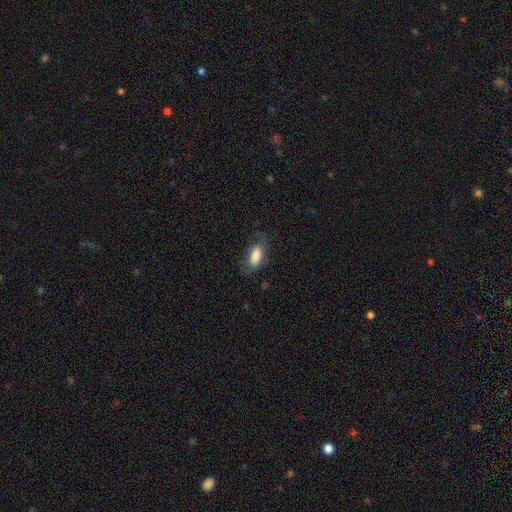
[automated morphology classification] This is likely a smooth galaxy (78%). How rounded: clearly in between (81%). Merging: likely none (68%).